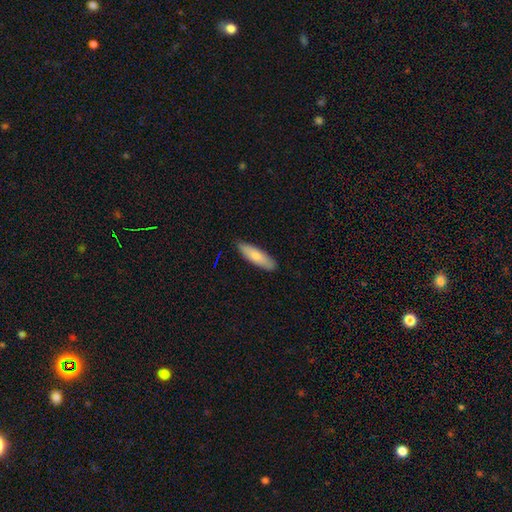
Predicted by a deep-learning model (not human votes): Overall: smooth (76%). How rounded: cigar-shaped (58%; in between 40%). Merging: none (87%).